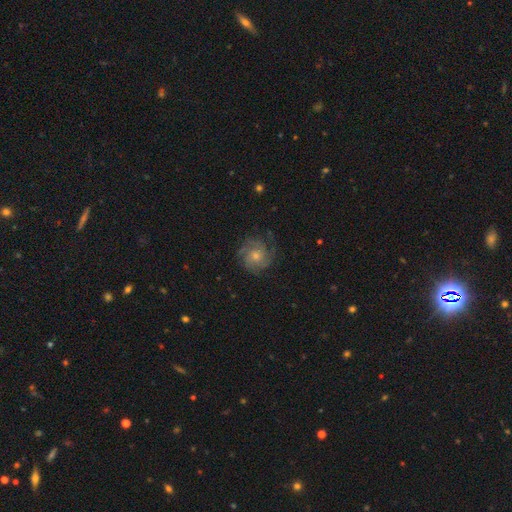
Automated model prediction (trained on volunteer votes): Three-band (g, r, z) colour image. It shows a featured or disk galaxy (77%) with no bar (77%), 3 (34%) tight (62%) spiral arms (96%) and a moderate central bulge (53%). Merging: none (81%).